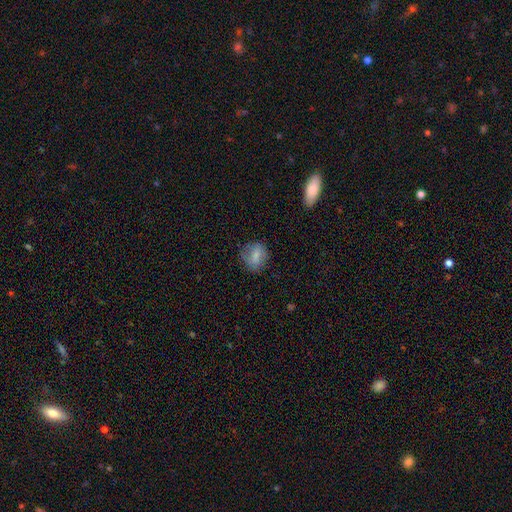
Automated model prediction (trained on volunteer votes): smooth-or-featured: smooth: 75% | featured or disk: 16% | star or artifact: 9%
  how-rounded: round: 58% | in between: 40% | cigar-shaped: 2%
  merging: none: 70% | minor disturbance: 21% | major disturbance: 7% | merger: 2%